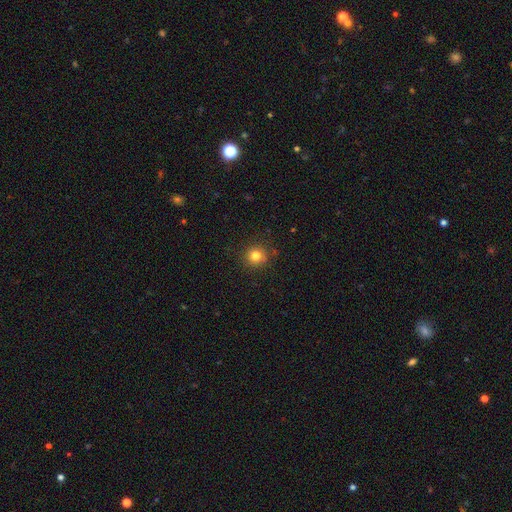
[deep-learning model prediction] This is clearly a smooth galaxy (81%). How rounded: clearly round (93%). Merging: clearly none (90%).